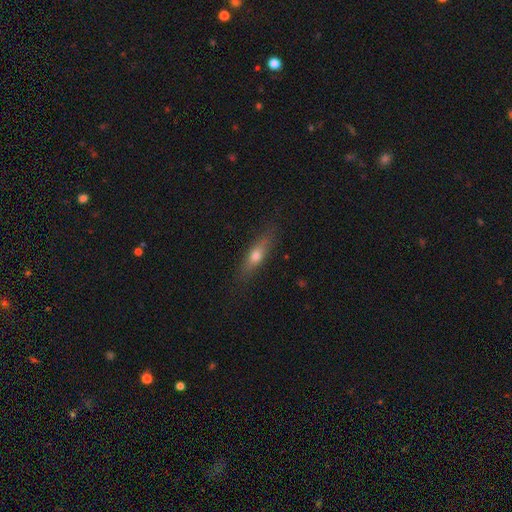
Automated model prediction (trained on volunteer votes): The model was most divided on "smooth or featured": smooth: 55%, featured or disk: 37%, star or artifact: 7%. More confident: merging — none (82%); how rounded — cigar-shaped (64%).